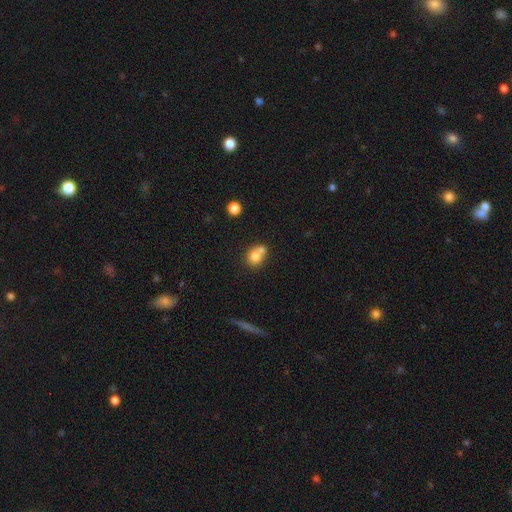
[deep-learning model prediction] Q: Smooth or featured?
A: smooth (74%); runner-up: featured or disk (15%)
Q: How rounded?
A: round (75%); runner-up: in between (24%)
Q: Merging?
A: merger (52%); runner-up: none (37%)